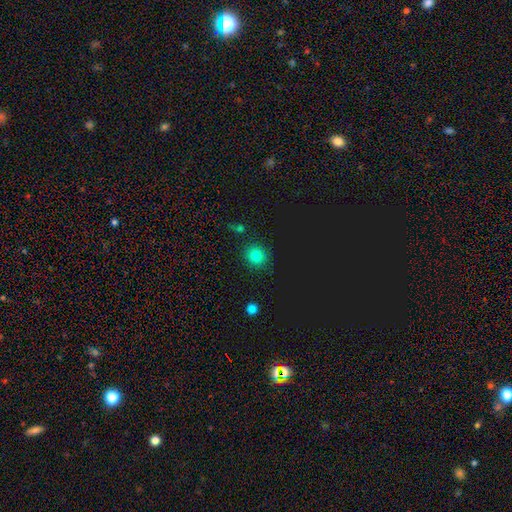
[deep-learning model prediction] Smooth or featured: smooth — 77% (star or artifact — 17%)
How rounded: round — 87% (in between — 11%)
Merging: none — 86% (minor disturbance — 8%)